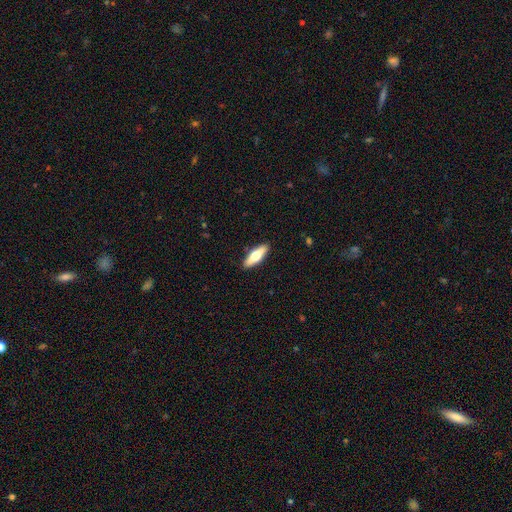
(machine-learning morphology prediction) Overall: smooth (54%; featured or disk 41%). How rounded: cigar-shaped (52%; in between 46%). Merging: none (90%).